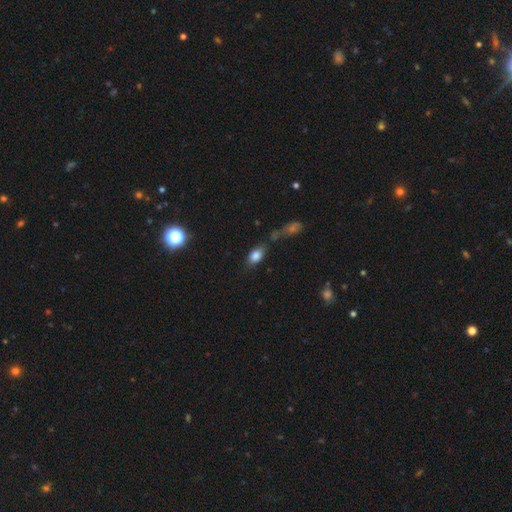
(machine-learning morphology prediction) smooth_or_featured: smooth (p=0.81) [alt: star or artifact p=0.10]
how_rounded: in between (p=0.85) [alt: round p=0.11]
merging: none (p=0.50) [alt: merger p=0.23]